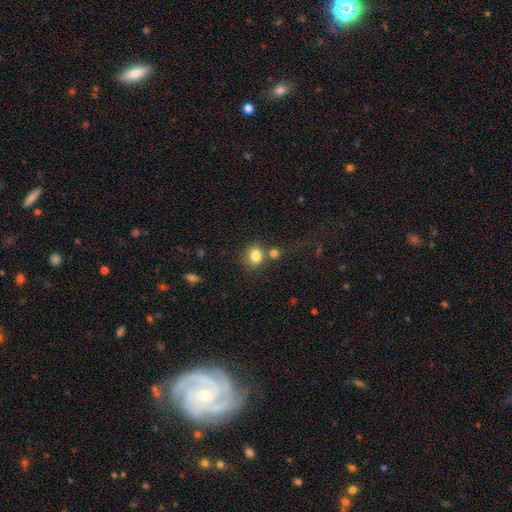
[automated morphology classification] A smooth galaxy with no disk features (82%) that is round (53%). Merging: none (60%).